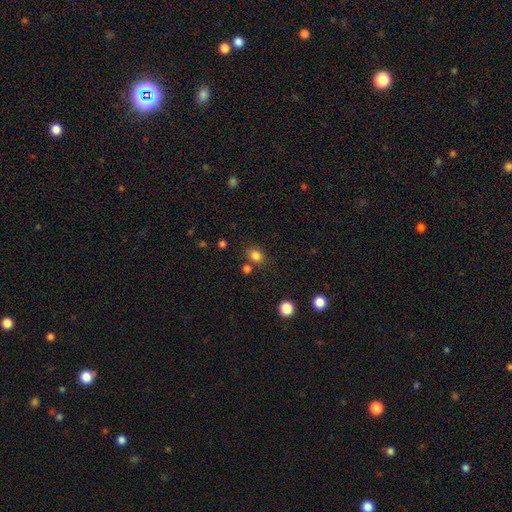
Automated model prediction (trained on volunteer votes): Smooth or featured?
  - smooth: 82% *
  - star or artifact: 13%
  - featured or disk: 5%
How rounded?
  - round: 53% *
  - in between: 46%
  - cigar-shaped: 1%
Merging?
  - none: 75% *
  - minor disturbance: 12%
  - merger: 10%
  - major disturbance: 4%